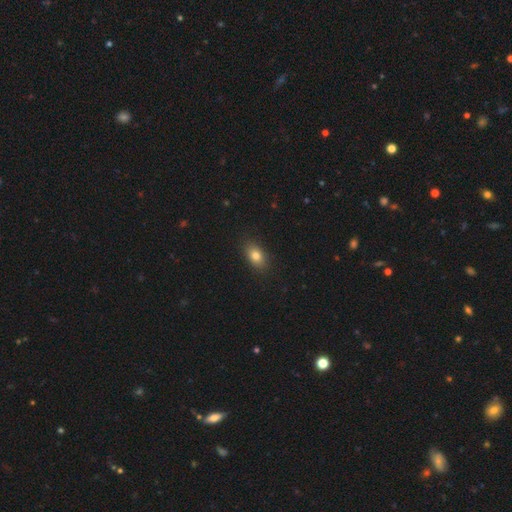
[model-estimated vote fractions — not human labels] smooth 80%, star or artifact 10%, featured or disk 10%. Down the decision tree: how rounded — in between (82%); merging — none (88%).